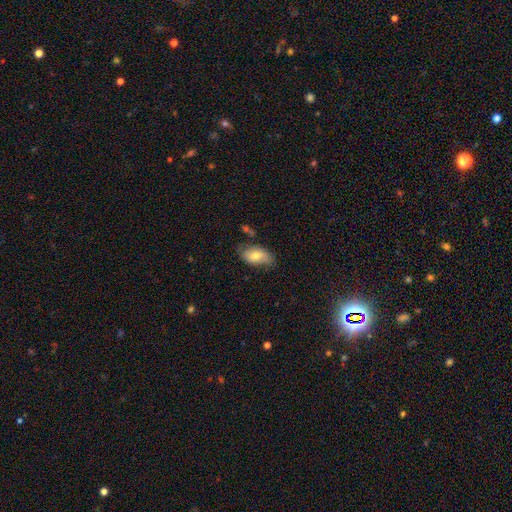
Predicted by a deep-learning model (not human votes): Q: Smooth or featured?
A: smooth (67%); runner-up: featured or disk (26%)
Q: How rounded?
A: in between (93%); runner-up: round (5%)
Q: Merging?
A: none (59%); runner-up: minor disturbance (30%)